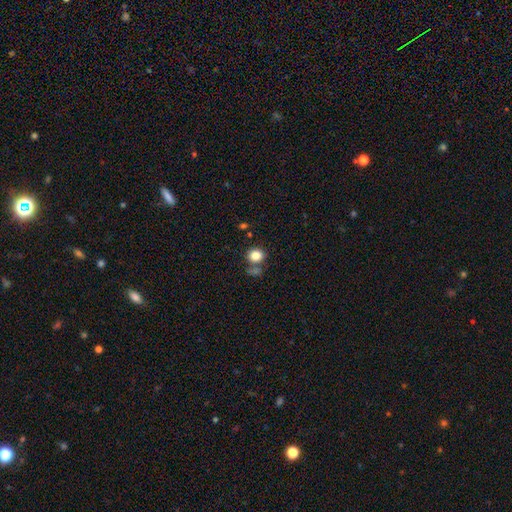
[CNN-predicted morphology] The model was most divided on "how rounded": round: 72%, in between: 27%, cigar-shaped: 1%. More confident: smooth or featured — smooth (84%); merging — none (68%).